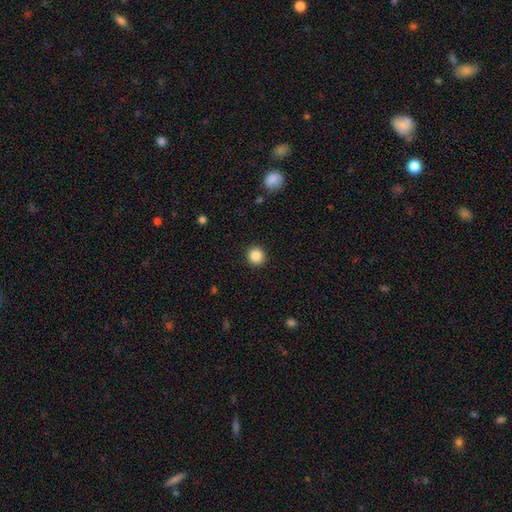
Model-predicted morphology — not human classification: Smooth or featured: smooth — 87% (star or artifact — 10%)
How rounded: round — 93% (in between — 6%)
Merging: none — 92% (minor disturbance — 5%)